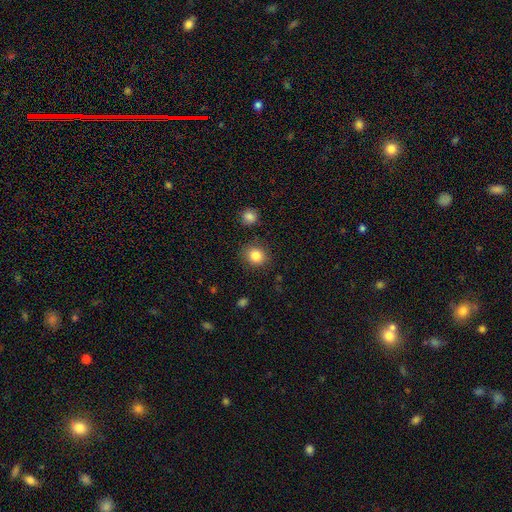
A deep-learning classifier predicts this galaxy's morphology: A smooth galaxy with no disk features (84%) that is round (82%). Merging: none (86%).